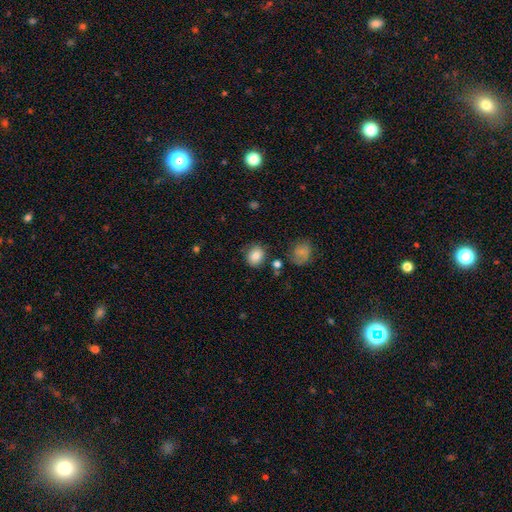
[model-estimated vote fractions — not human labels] Smooth or featured? smooth (81%)
How rounded? round (70%)
Merging? none (77%)